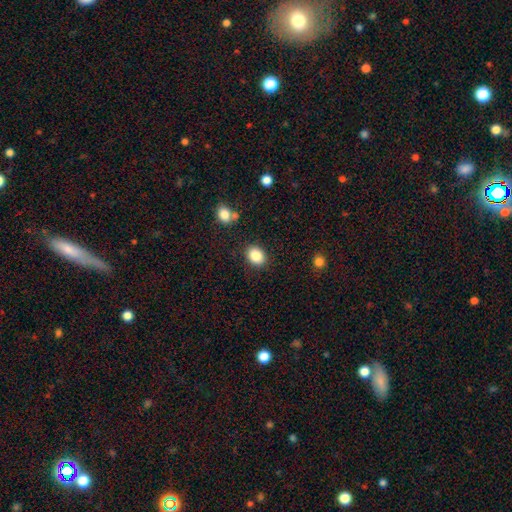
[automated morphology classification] smooth 86%, star or artifact 9%, featured or disk 5%. Down the decision tree: how rounded — in between (58%); merging — none (86%).